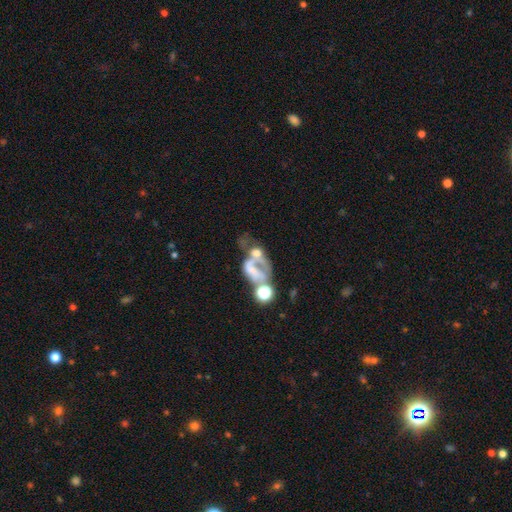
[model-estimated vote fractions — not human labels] This is possibly a featured or disk galaxy (52%). It is clearly not viewed edge-on (95%). Merging: marginally merger (42%).